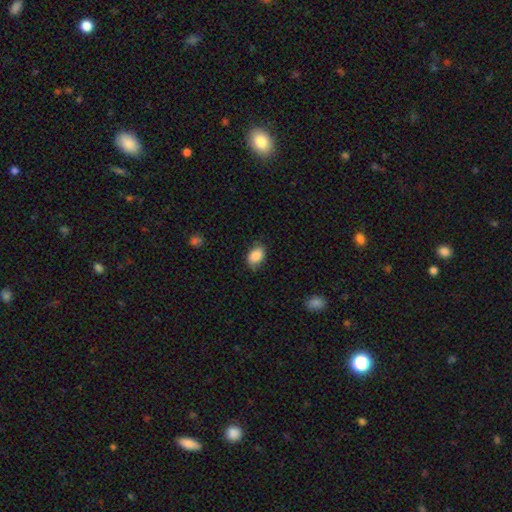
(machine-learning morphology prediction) A smooth galaxy with no disk features (87%) that is in between round and cigar-shaped (85%). Merging: none (77%).